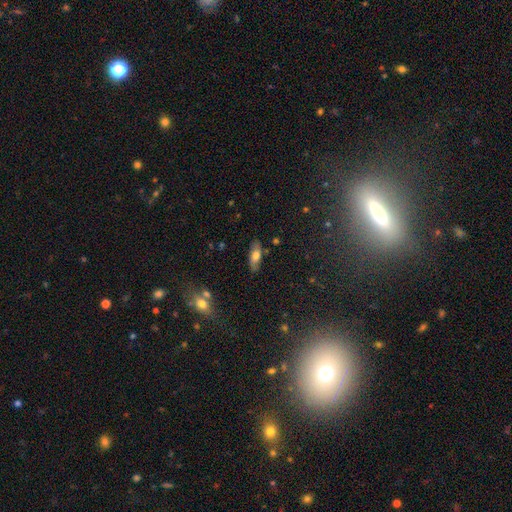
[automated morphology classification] This appears to be a smooth galaxy with no disk features (65%) that is in between round and cigar-shaped (67%). Merging: none (80%).